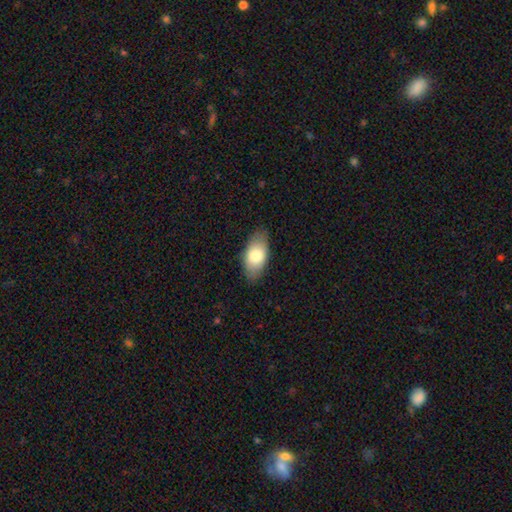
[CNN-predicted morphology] The model was most divided on "smooth or featured": smooth: 79%, featured or disk: 15%, star or artifact: 6%. More confident: how rounded — in between (93%); merging — none (83%).